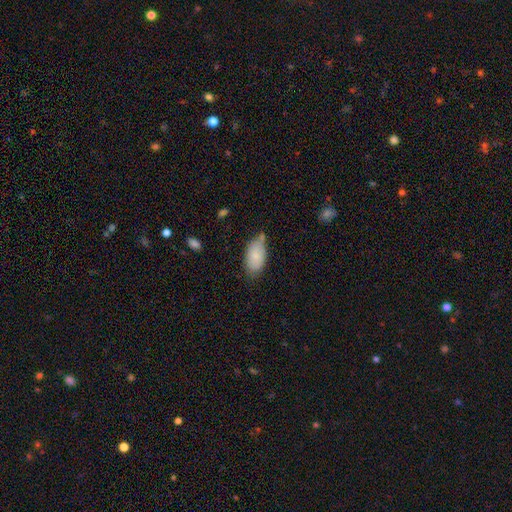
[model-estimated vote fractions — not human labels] smooth_or_featured: smooth (p=0.81) [alt: featured or disk p=0.12]
how_rounded: in between (p=0.94) [alt: cigar-shaped p=0.03]
merging: none (p=0.56) [alt: minor disturbance p=0.30]